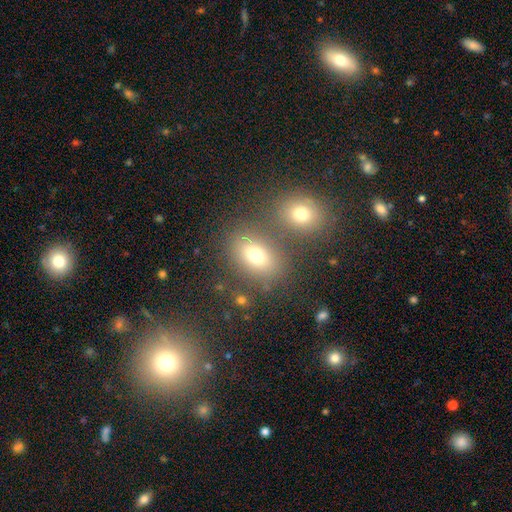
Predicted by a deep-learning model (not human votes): Smooth or featured? Predicted: smooth (p=0.72). How rounded? Predicted: in between (p=0.72). Merging? Predicted: none (p=0.64).